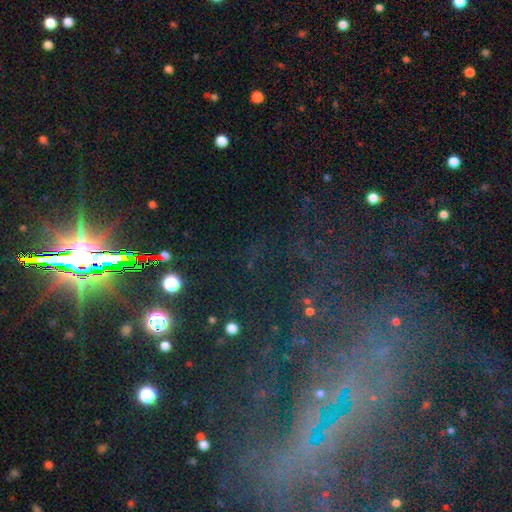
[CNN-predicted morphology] star or artifact 64%, featured or disk 24%, smooth 12%.